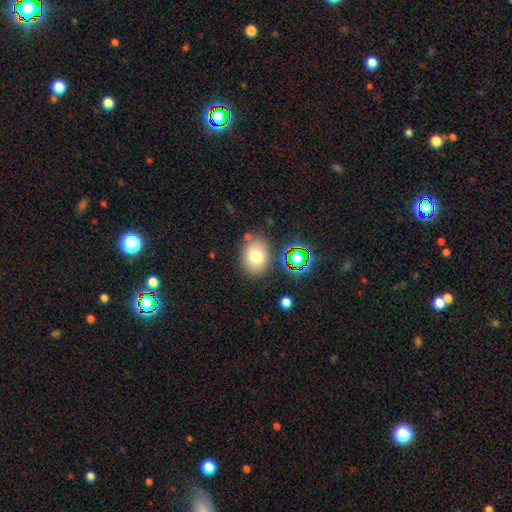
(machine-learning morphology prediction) type=smooth (74%); roundness=in between (63%); merging=none (79%).